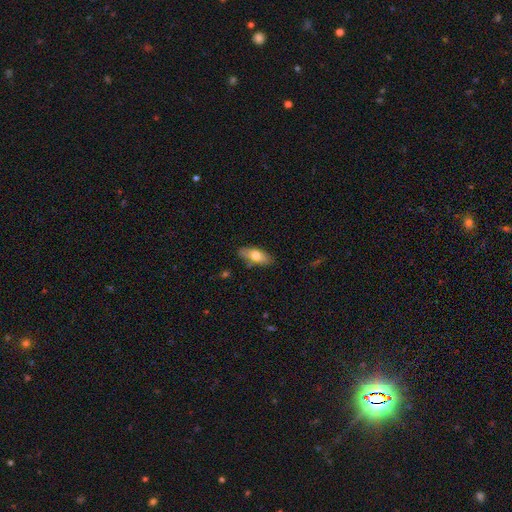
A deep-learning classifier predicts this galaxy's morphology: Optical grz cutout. It shows a smooth galaxy with no disk features (72%) that is in between round and cigar-shaped (80%). Merging: none (82%).